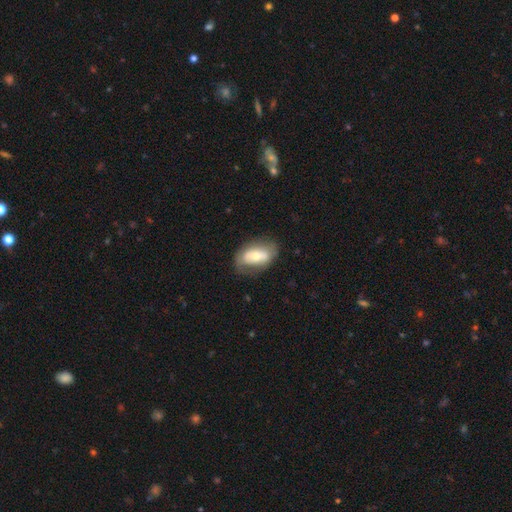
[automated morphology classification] smooth 52%, featured or disk 41%, star or artifact 7%. Down the decision tree: how rounded — in between (89%); merging — none (66%).